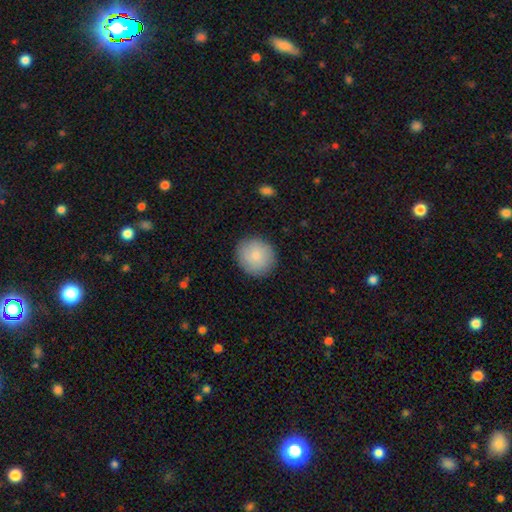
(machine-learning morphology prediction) smooth 84%, featured or disk 10%, star or artifact 6%. Down the decision tree: how rounded — round (87%); merging — none (88%).